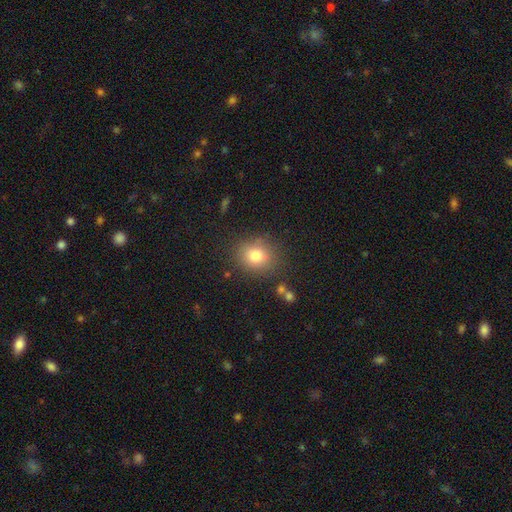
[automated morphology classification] Smooth or featured? smooth (79%)
How rounded? round (71%)
Merging? none (81%)